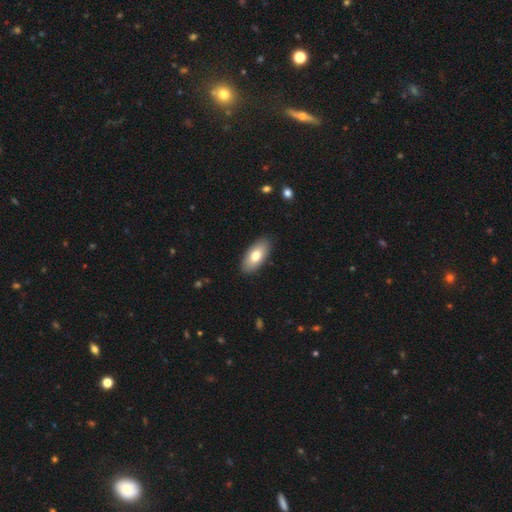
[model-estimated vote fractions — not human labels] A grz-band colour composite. It shows a smooth galaxy with no disk features (77%) that is in between round and cigar-shaped (92%). Merging: none (89%).